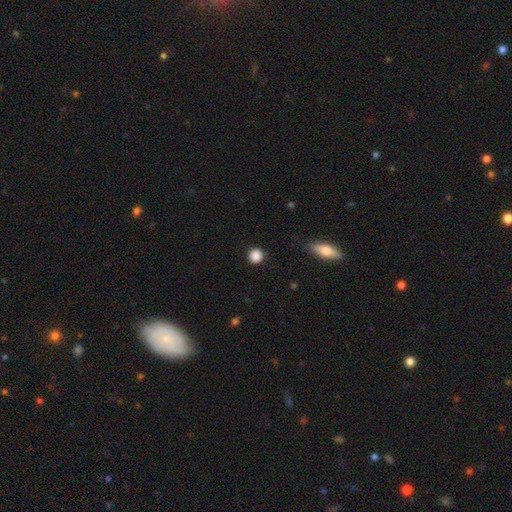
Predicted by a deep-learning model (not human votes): Overall: smooth (88%). How rounded: round (93%). Merging: none (90%).